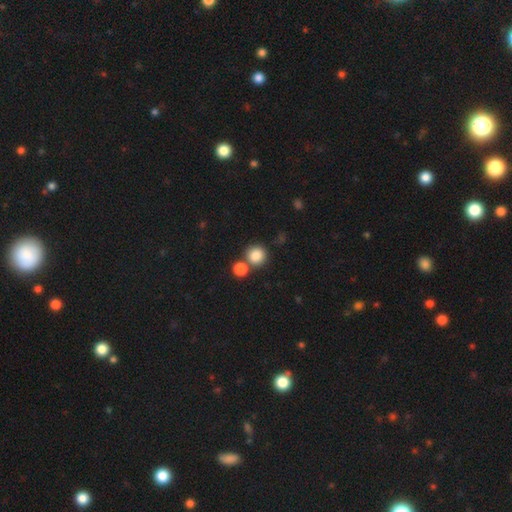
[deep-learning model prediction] Morphology: type=smooth (84%); roundness=round (91%); merging=none (65%).